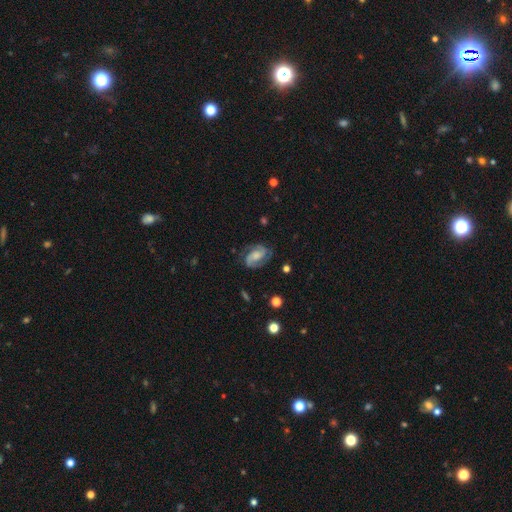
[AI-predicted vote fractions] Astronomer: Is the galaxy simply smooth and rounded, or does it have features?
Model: featured or disk — 86%.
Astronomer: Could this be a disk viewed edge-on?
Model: no — 98%.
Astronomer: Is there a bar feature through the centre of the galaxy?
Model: no — 51% (runner-up: weak, 39%).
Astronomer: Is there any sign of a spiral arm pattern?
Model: yes — 97%.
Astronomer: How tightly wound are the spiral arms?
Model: medium — 50% (runner-up: tight, 37%).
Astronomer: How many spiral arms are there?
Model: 2 — 88%.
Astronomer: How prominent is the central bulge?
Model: moderate — 37% (runner-up: small, 27%).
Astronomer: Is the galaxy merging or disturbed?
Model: none — 78%.